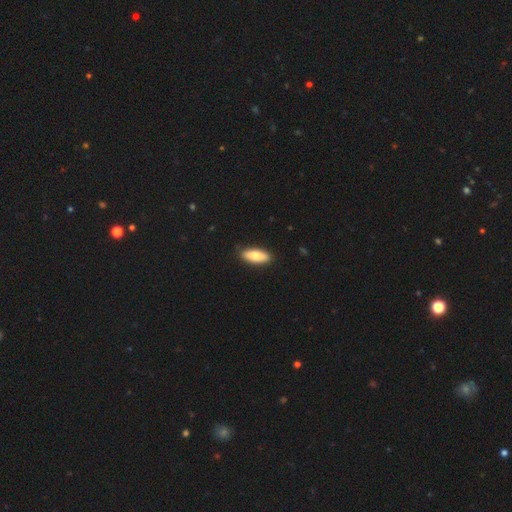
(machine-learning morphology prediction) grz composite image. It shows a smooth galaxy with no disk features (79%) that is in between round and cigar-shaped (76%). Merging: none (89%).